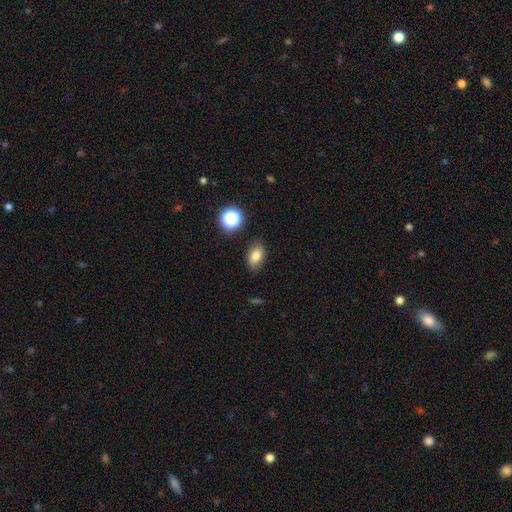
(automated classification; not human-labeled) A smooth galaxy with no disk features (80%) that is in between round and cigar-shaped (86%).

Vote fractions:
- Smooth or featured? smooth: 80% / star or artifact: 11% / featured or disk: 9%
- How rounded? in between: 86% / round: 12% / cigar-shaped: 2%
- Merging? none: 83% / minor disturbance: 12% / major disturbance: 3% / merger: 2%